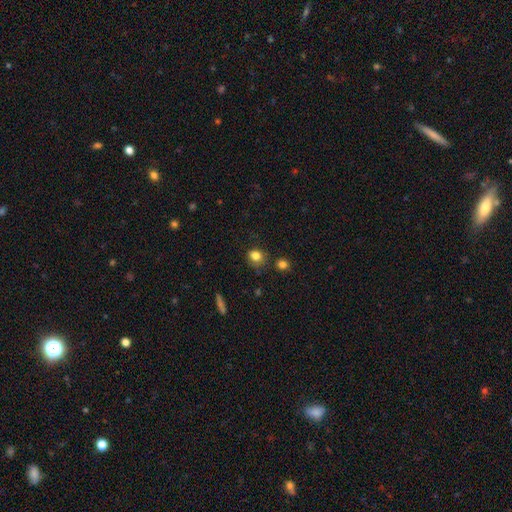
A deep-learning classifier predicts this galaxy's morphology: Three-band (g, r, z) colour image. It shows a smooth galaxy with no disk features (81%) that is round (68%). Merging: none (73%).